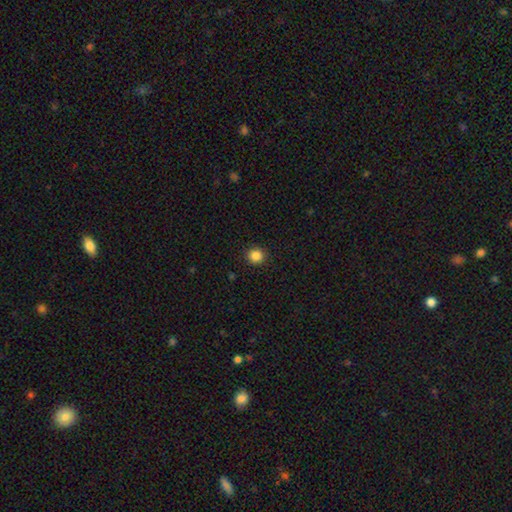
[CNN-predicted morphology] Overall: smooth (86%). How rounded: round (93%). Merging: none (92%).